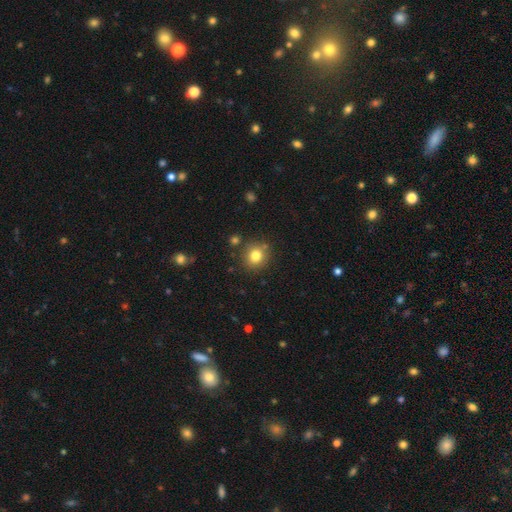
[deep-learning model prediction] The model was most divided on "smooth or featured": smooth: 80%, star or artifact: 12%, featured or disk: 8%. More confident: how rounded — round (86%); merging — none (84%).